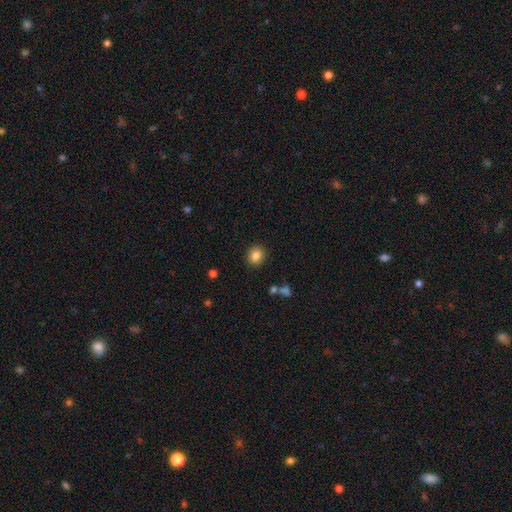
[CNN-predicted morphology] Overall: smooth (84%). How rounded: round (80%). Merging: none (90%).